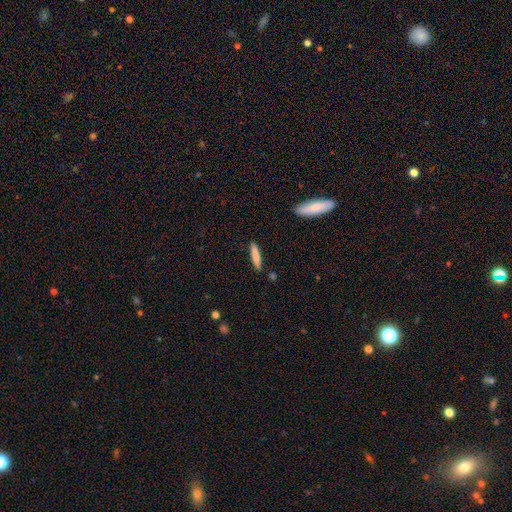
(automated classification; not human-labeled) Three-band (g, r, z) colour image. It shows a smooth galaxy with no disk features (79%) that is cigar-shaped (88%). Merging: none (86%).